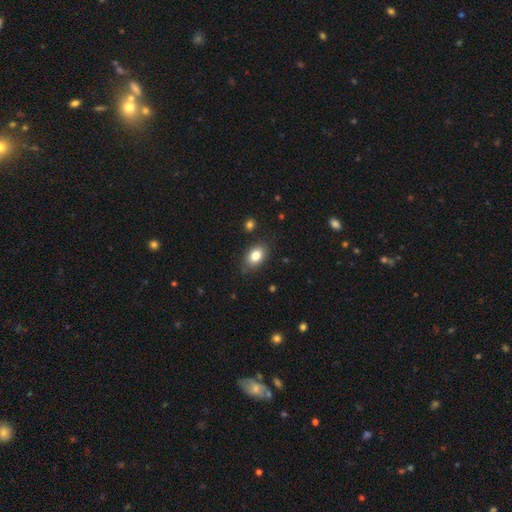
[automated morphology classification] A smooth galaxy with no disk features (82%) that is in between round and cigar-shaped (82%).

Vote fractions:
- Smooth or featured? smooth: 82% / featured or disk: 9% / star or artifact: 9%
- How rounded? in between: 82% / round: 17% / cigar-shaped: 1%
- Merging? none: 80% / minor disturbance: 15% / major disturbance: 3% / merger: 2%